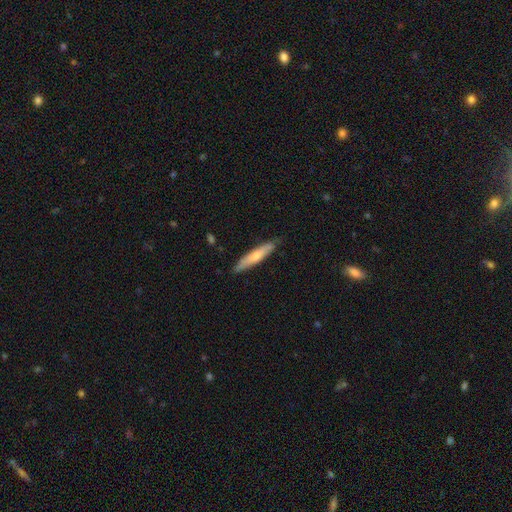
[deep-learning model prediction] This is likely a smooth galaxy (62%). How rounded: clearly cigar-shaped (88%). Merging: clearly none (82%).